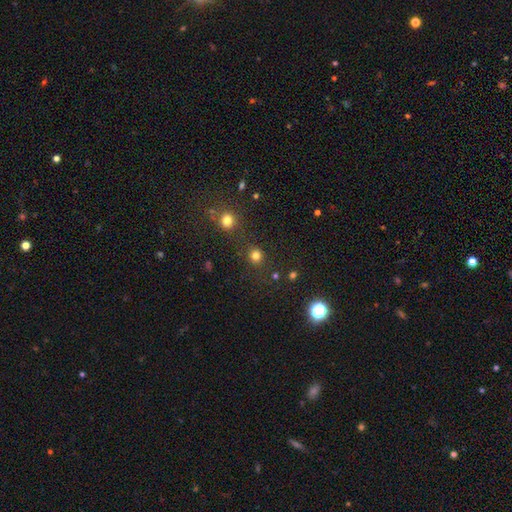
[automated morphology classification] Smooth or featured?
  - smooth: 78% *
  - star or artifact: 18%
  - featured or disk: 5%
How rounded?
  - round: 89% *
  - in between: 10%
  - cigar-shaped: 1%
Merging?
  - none: 82% *
  - minor disturbance: 8%
  - merger: 6%
  - major disturbance: 4%